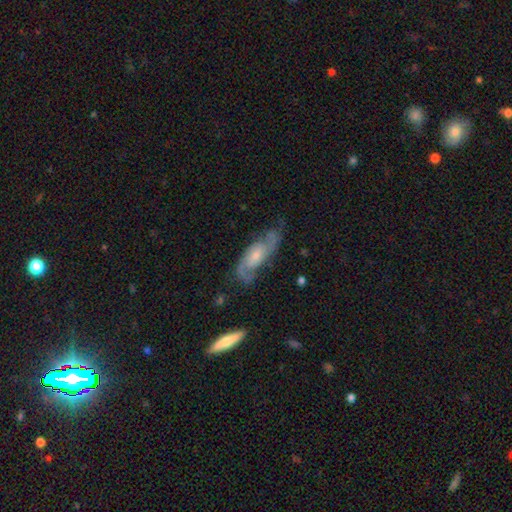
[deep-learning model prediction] featured or disk 82%, smooth 12%, star or artifact 6%. Down the decision tree: edge-on disk — no (90%); bar — no (61%); spiral arms — yes (95%); spiral arm count — 2 (83%); spiral winding — medium (48%); bulge size — small (44%); merging — none (70%).